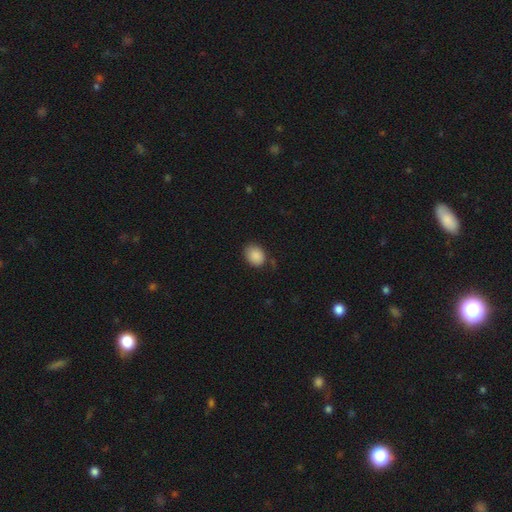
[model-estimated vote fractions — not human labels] Morphology: type=smooth (89%); roundness=in between (58%); merging=none (76%).